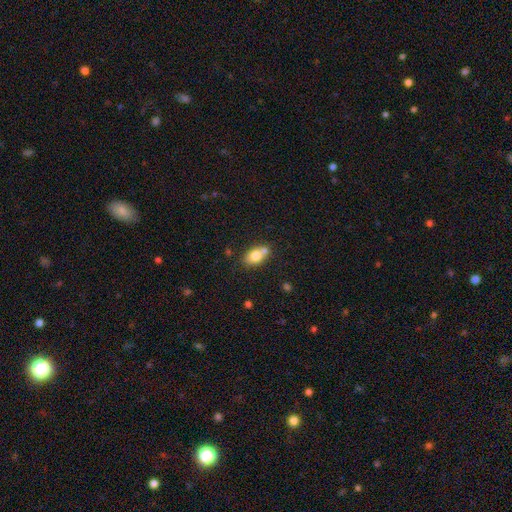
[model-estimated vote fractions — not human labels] smooth_or_featured: smooth (p=0.76) [alt: featured or disk p=0.15]
how_rounded: in between (p=0.79) [alt: round p=0.19]
merging: none (p=0.55) [alt: merger p=0.28]